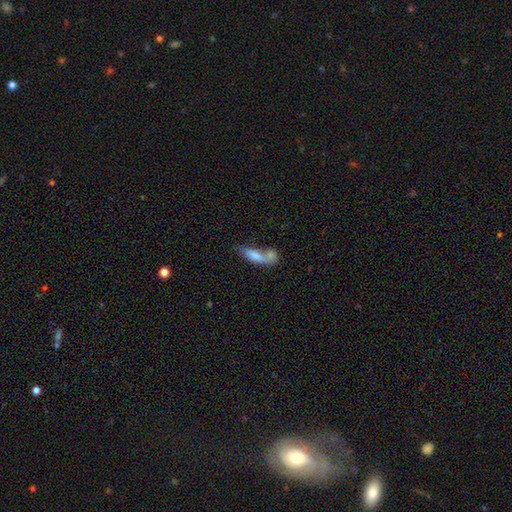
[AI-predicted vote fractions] A smooth galaxy with no disk features (75%) that is in between round and cigar-shaped (54%). Merging: merger (53%).